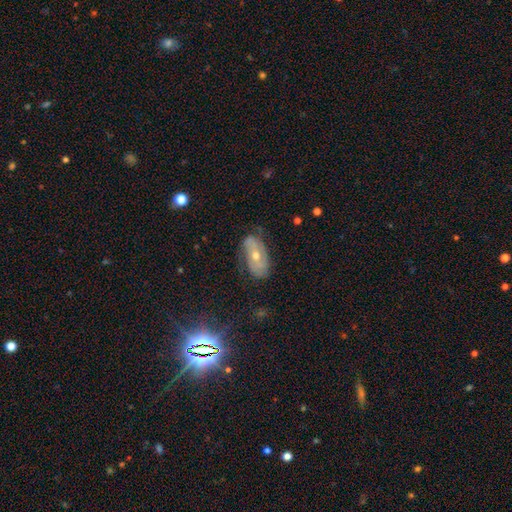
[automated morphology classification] The model was most divided on "bulge size": moderate: 52%, small: 45%, large: 1%, none: 1%, dominant: 1%. More confident: edge-on disk — no (87%); spiral arms — yes (73%); merging — none (69%); bar — no (63%); smooth or featured — featured or disk (61%).